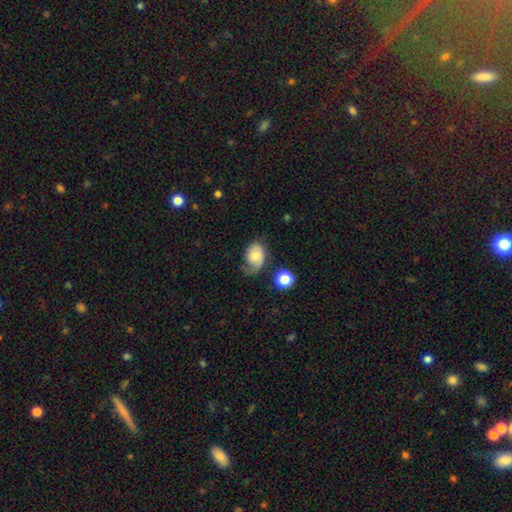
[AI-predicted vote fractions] This appears to be a smooth galaxy with no disk features (58%) that is in between round and cigar-shaped (73%). Merging: none (39%).